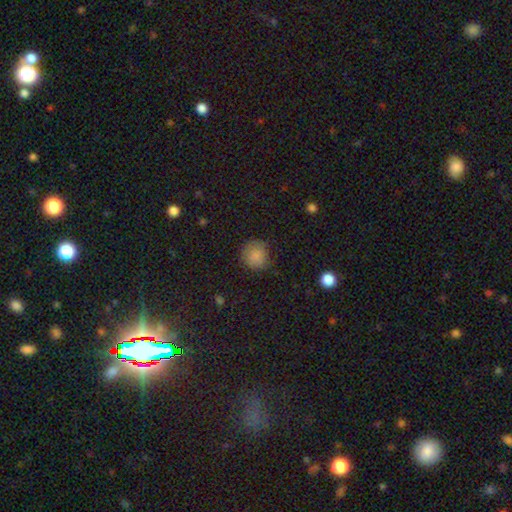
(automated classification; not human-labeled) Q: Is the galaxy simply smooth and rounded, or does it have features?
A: smooth — 79%.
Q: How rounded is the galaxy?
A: round — 88%.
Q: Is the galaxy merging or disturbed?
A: none — 74%.